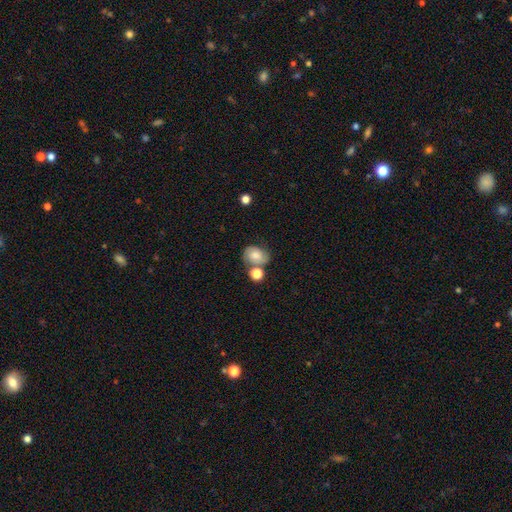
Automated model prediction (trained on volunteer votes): smooth_or_featured: smooth (p=0.49) [alt: featured or disk p=0.40]
merging: none (p=0.54) [alt: merger p=0.21]